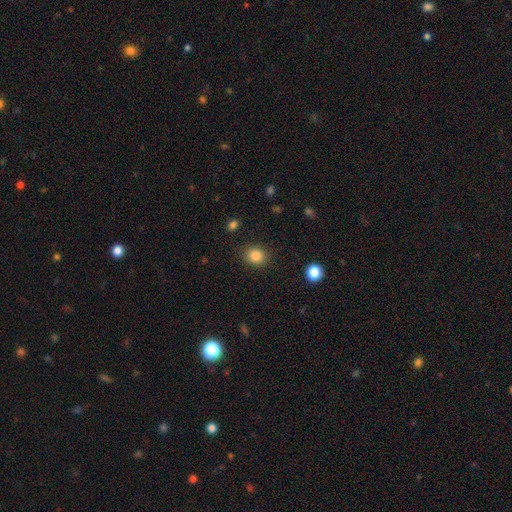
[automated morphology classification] This is clearly a smooth galaxy (84%). How rounded: likely round (75%). Merging: clearly none (88%).